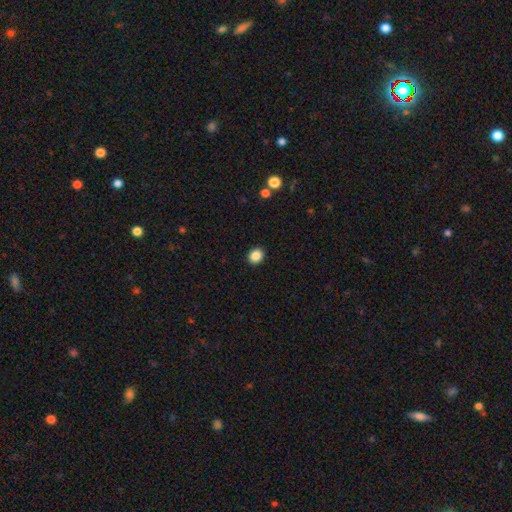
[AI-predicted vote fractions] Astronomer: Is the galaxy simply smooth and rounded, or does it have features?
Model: smooth — 86%.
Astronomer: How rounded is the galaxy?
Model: round — 64%.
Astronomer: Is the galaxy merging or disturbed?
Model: none — 92%.